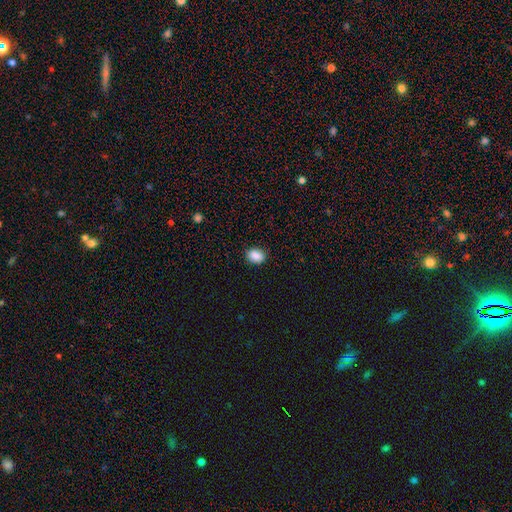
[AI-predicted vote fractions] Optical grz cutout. It shows a smooth galaxy with no disk features (87%) that is in between round and cigar-shaped (56%). Merging: none (88%).